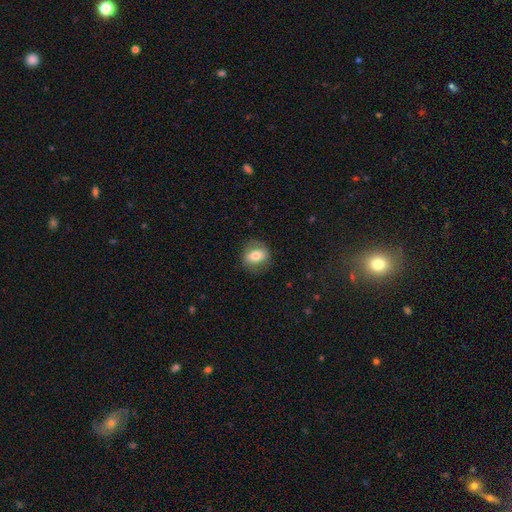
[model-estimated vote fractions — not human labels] smooth 65%, featured or disk 27%, star or artifact 8%. Down the decision tree: how rounded — round (55%); merging — none (80%).